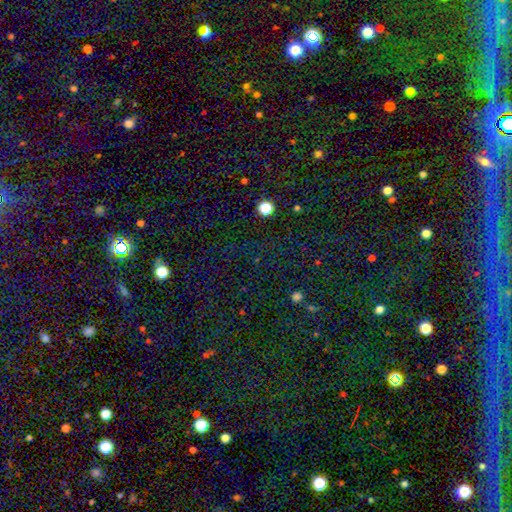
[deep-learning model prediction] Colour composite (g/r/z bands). It shows a star or artifact, not a galaxy (75%).